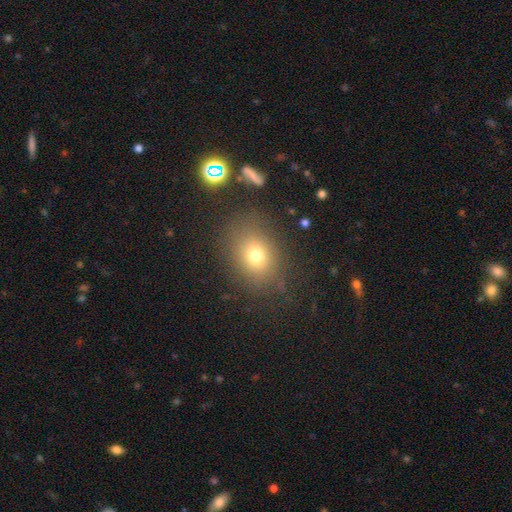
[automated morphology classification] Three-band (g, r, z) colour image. It shows a smooth galaxy with no disk features (72%) that is in between round and cigar-shaped (49%, tied with round). Merging: none (80%).